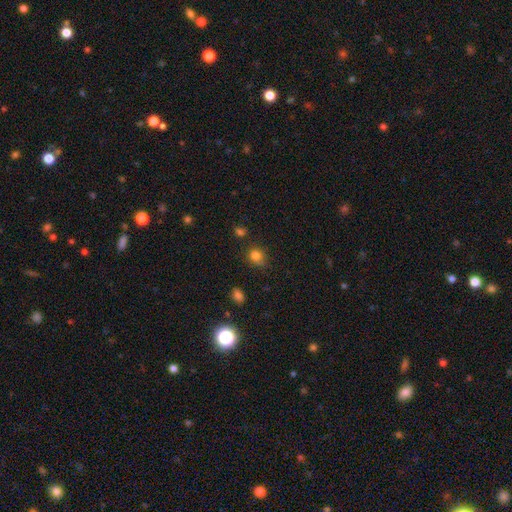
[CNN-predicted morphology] Smooth or featured?
  - smooth: 81% *
  - star or artifact: 14%
  - featured or disk: 5%
How rounded?
  - round: 74% *
  - in between: 25%
  - cigar-shaped: 1%
Merging?
  - none: 74% *
  - minor disturbance: 18%
  - major disturbance: 4%
  - merger: 4%